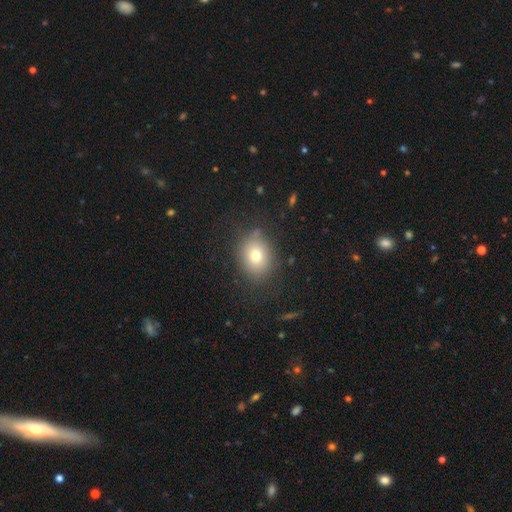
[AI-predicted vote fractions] Morphology: type=smooth (74%); roundness=in between (50%); merging=none (81%).